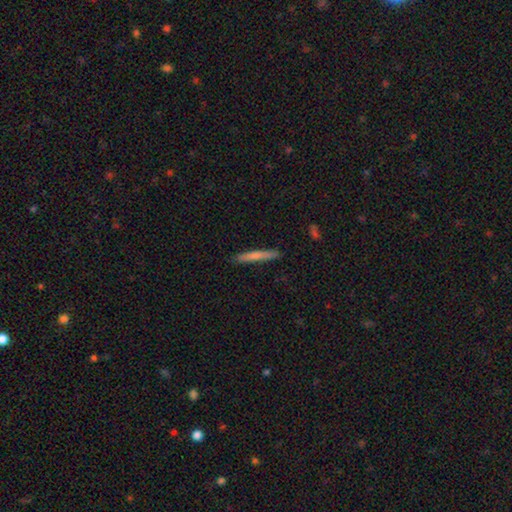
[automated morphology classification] Smooth or featured?
  - smooth: 70% *
  - featured or disk: 24%
  - star or artifact: 6%
How rounded?
  - cigar-shaped: 96% *
  - in between: 3%
  - round: 1%
Merging?
  - none: 90% *
  - minor disturbance: 7%
  - major disturbance: 1%
  - merger: 1%